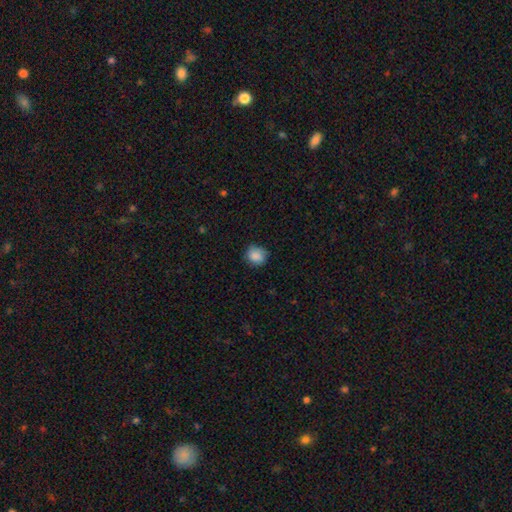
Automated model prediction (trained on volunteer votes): Smooth or featured?
  - smooth: 87% *
  - star or artifact: 8%
  - featured or disk: 5%
How rounded?
  - round: 82% *
  - in between: 17%
  - cigar-shaped: 1%
Merging?
  - none: 76% *
  - minor disturbance: 19%
  - major disturbance: 4%
  - merger: 1%